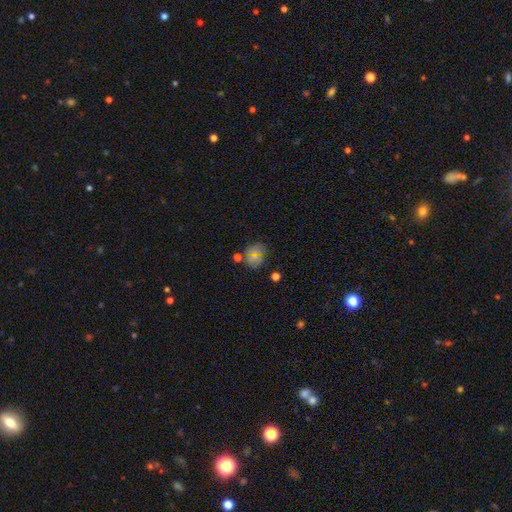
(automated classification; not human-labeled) Smooth or featured: smooth — 47% (star or artifact — 30%)
Merging: none — 69% (minor disturbance — 16%)